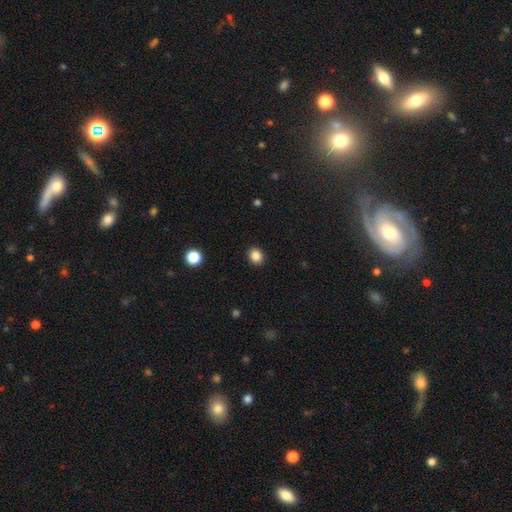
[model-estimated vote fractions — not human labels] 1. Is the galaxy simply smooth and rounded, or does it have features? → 86% smooth, 10% star or artifact, 4% featured or disk.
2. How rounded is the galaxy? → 59% round, 41% in between, 1% cigar-shaped.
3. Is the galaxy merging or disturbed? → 91% none, 6% minor disturbance, 2% major disturbance, 1% merger.